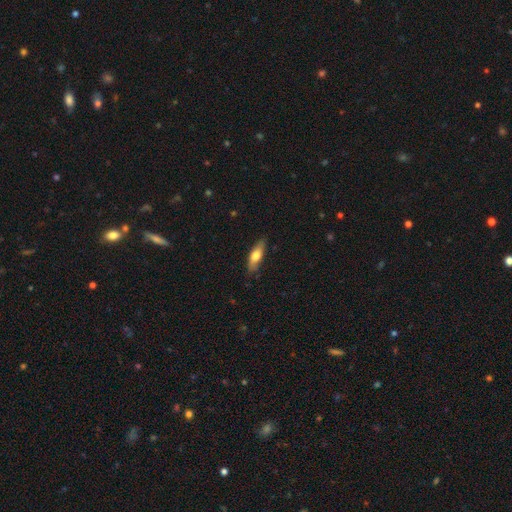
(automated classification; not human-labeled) Q: Smooth or featured?
A: smooth (64%); runner-up: featured or disk (30%)
Q: How rounded?
A: in between (51%); runner-up: cigar-shaped (47%)
Q: Merging?
A: none (81%); runner-up: minor disturbance (16%)